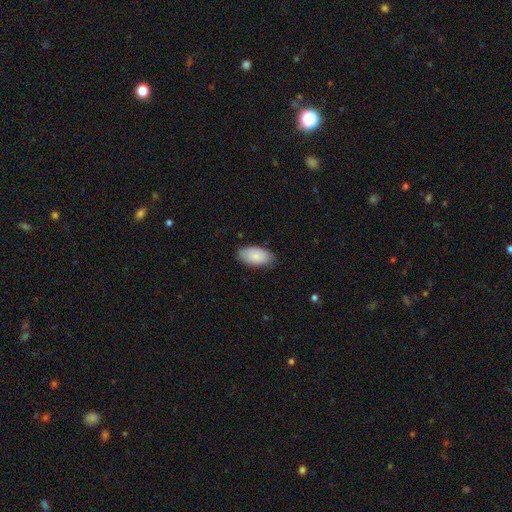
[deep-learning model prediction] Smooth or featured?
  - smooth: 85% *
  - featured or disk: 9%
  - star or artifact: 6%
How rounded?
  - in between: 95% *
  - round: 3%
  - cigar-shaped: 2%
Merging?
  - none: 81% *
  - minor disturbance: 16%
  - major disturbance: 3%
  - merger: 1%